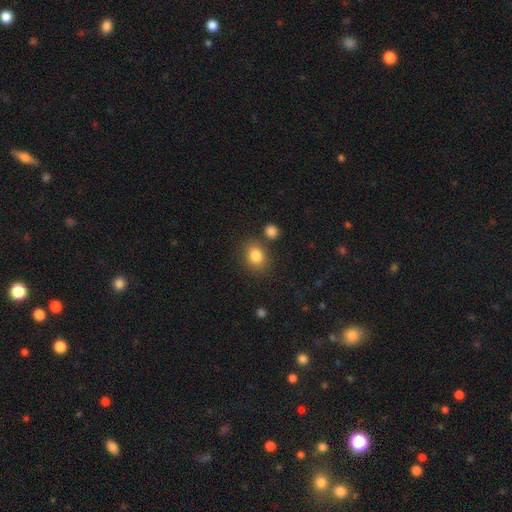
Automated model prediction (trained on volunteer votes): This appears to be a smooth galaxy with no disk features (84%) that is in between round and cigar-shaped (53%). Merging: none (77%).